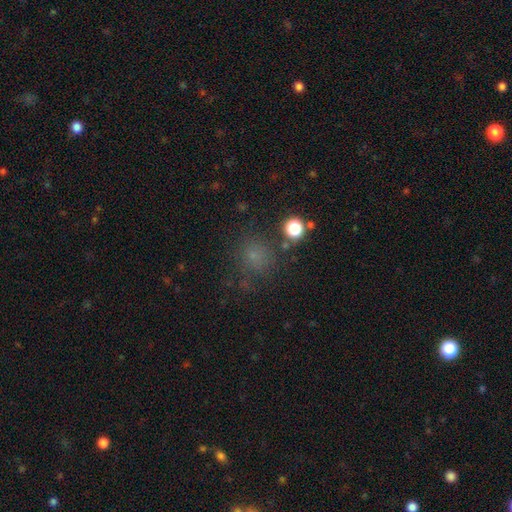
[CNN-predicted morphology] A smooth galaxy with no disk features (66%) that is round (85%). Merging: none (73%).